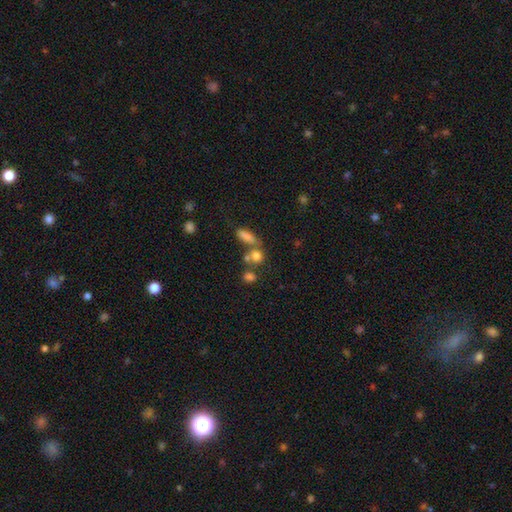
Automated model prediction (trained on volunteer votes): Smooth or featured? smooth (76%)
How rounded? round (68%)
Merging? none (49%)